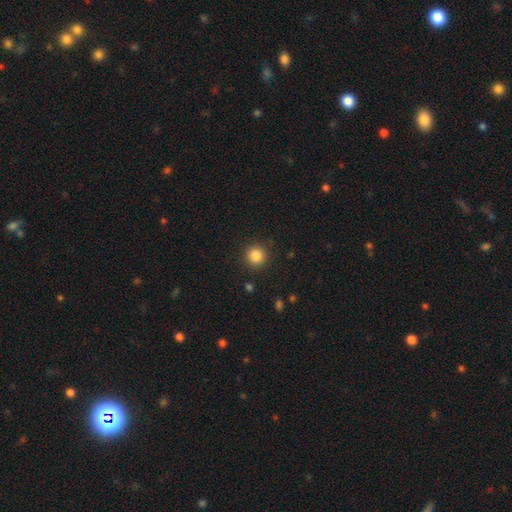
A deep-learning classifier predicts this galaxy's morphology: Smooth or featured? smooth (85%)
How rounded? round (94%)
Merging? none (90%)